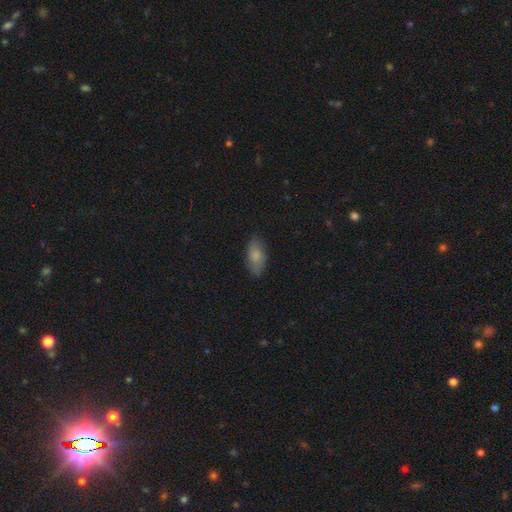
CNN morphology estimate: type=smooth (80%); roundness=in between (92%); merging=none (81%).